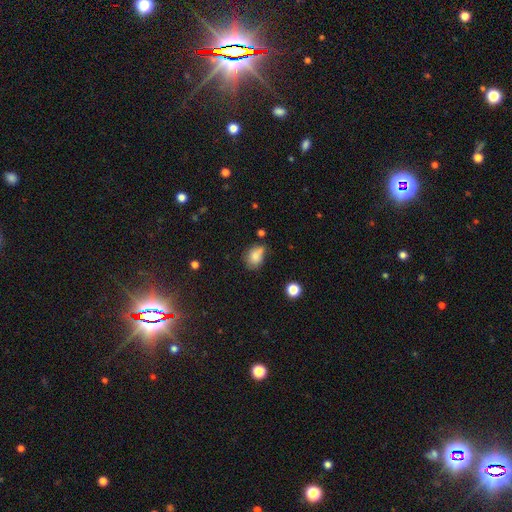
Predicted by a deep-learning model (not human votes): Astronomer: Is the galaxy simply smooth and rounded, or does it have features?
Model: smooth — 77%.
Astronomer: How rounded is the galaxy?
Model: in between — 63%.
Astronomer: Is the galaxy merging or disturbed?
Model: none — 44% (runner-up: minor disturbance, 32%).